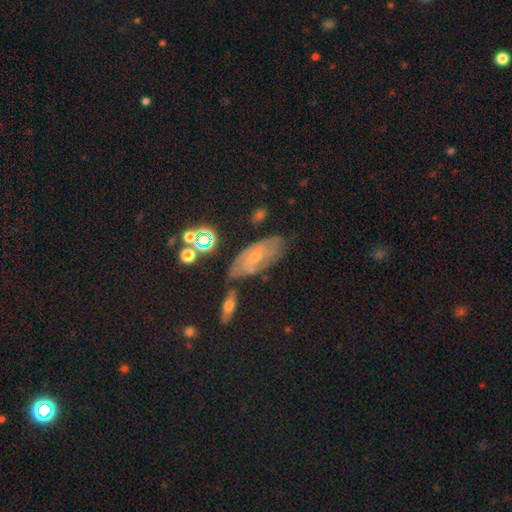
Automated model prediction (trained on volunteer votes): The model was most divided on "smooth or featured": featured or disk: 58%, smooth: 28%, star or artifact: 15%. More confident: edge-on disk — no (86%); merging — none (60%).